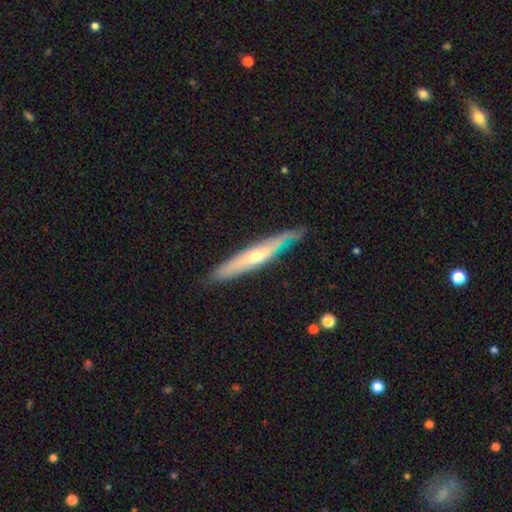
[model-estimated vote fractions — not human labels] This is possibly a featured or disk galaxy (59%). It is likely viewed edge-on (79%). Merging: likely none (72%).